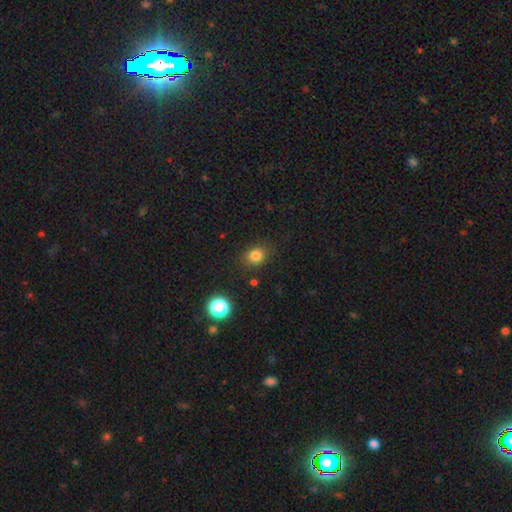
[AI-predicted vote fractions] smooth-or-featured: smooth: 81% | star or artifact: 13% | featured or disk: 6%
  how-rounded: round: 59% | in between: 40% | cigar-shaped: 1%
  merging: none: 83% | minor disturbance: 12% | major disturbance: 3% | merger: 2%